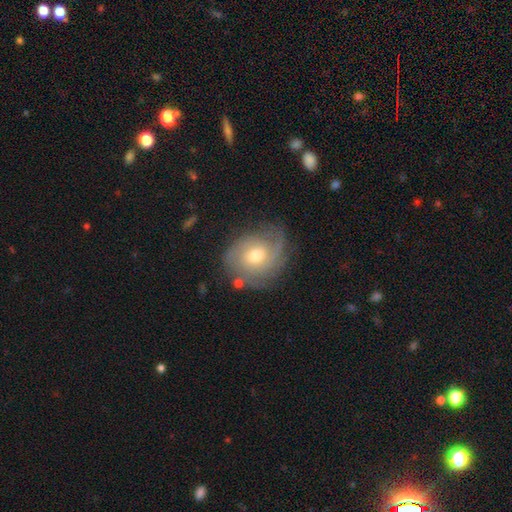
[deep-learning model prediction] A featured or disk galaxy (71%) with no bar (67%), tight (54%) spiral arms (90%) and a moderate central bulge (64%). Merging: none (71%).